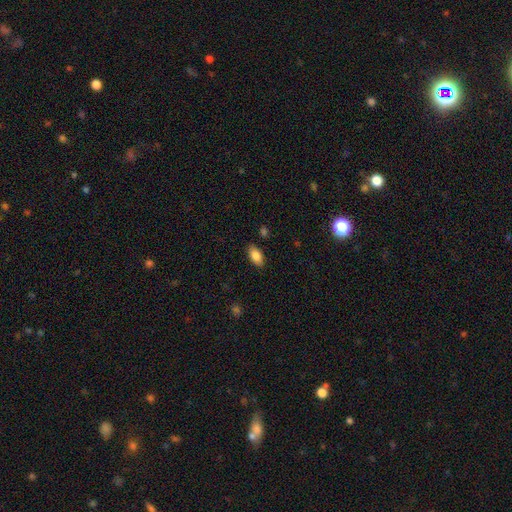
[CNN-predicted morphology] type=smooth (86%); roundness=in between (92%); merging=none (86%).